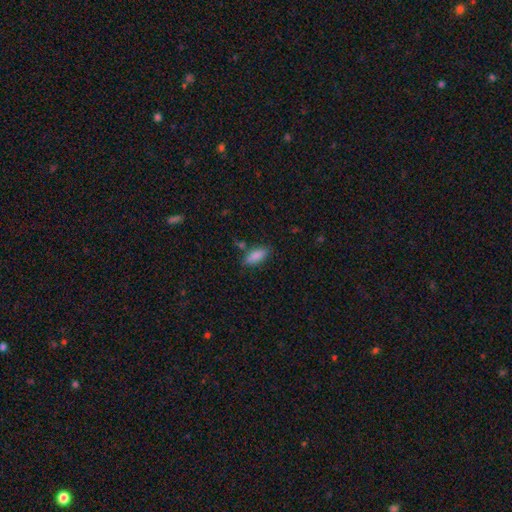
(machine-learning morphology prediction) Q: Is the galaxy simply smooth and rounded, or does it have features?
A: smooth — 86%.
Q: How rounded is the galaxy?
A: in between — 78%.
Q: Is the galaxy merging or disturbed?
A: none — 75%.